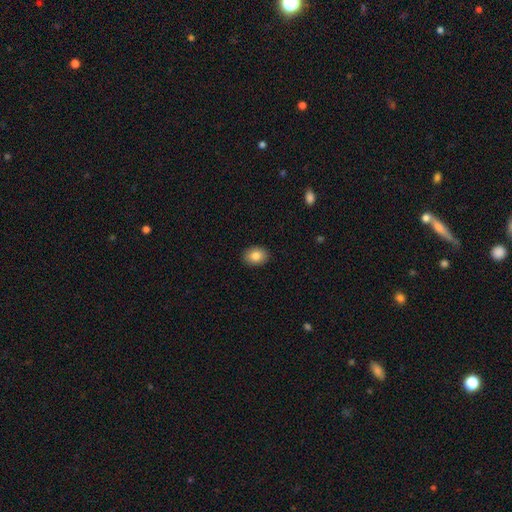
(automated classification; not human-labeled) Morphology: type=smooth (85%); roundness=in between (69%); merging=none (90%).